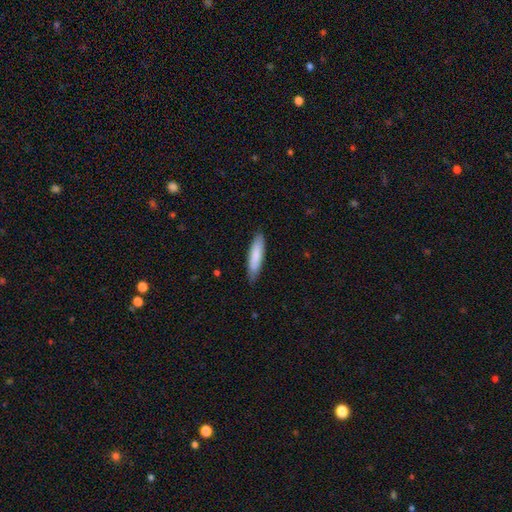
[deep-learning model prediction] Smooth or featured? Predicted: smooth (p=0.82). How rounded? Predicted: cigar-shaped (p=0.72). Merging? Predicted: none (p=0.83).